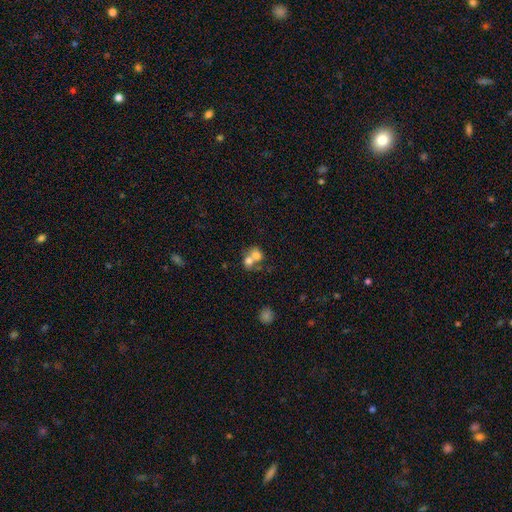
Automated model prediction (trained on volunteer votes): Overall: smooth (68%). How rounded: round (62%; in between 37%). Merging: merger (70%).